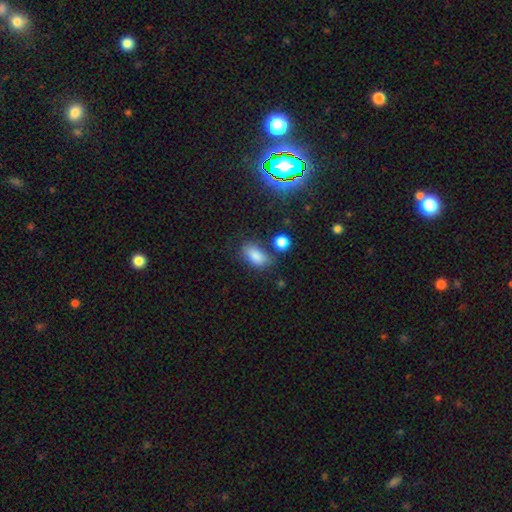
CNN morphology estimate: Smooth or featured: smooth — 82% (star or artifact — 11%)
How rounded: in between — 90% (round — 6%)
Merging: none — 65% (minor disturbance — 19%)